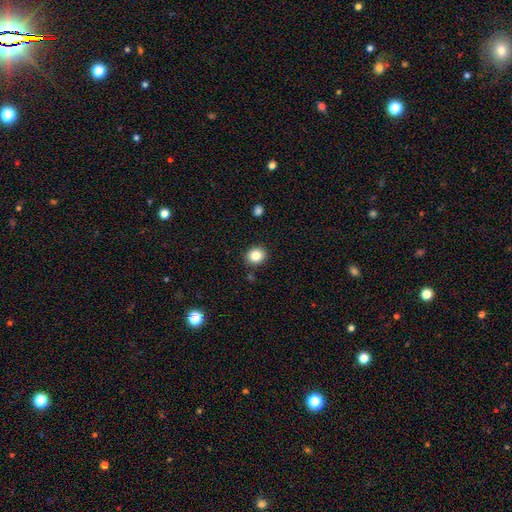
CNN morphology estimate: smooth 85%, star or artifact 10%, featured or disk 5%. Down the decision tree: how rounded — round (74%); merging — none (88%).